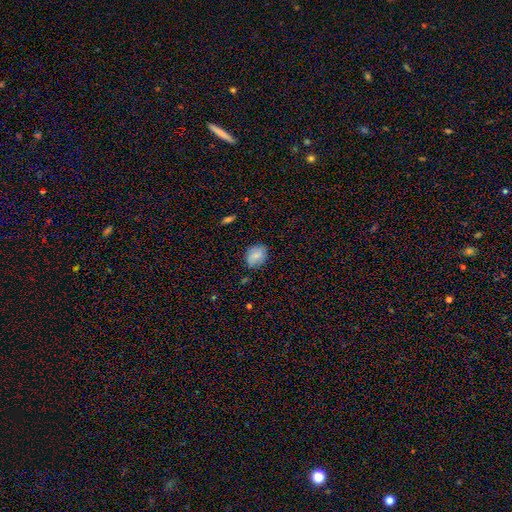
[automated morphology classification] type=smooth (81%); roundness=in between (58%); merging=none (79%).